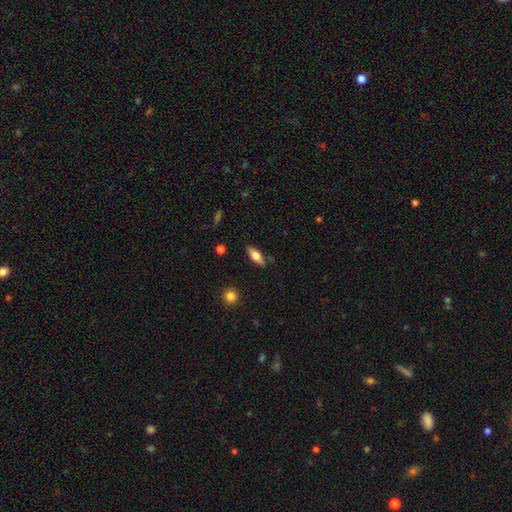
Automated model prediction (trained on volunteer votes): A smooth galaxy with no disk features (64%) that is in between round and cigar-shaped (74%).

Vote fractions:
- Smooth or featured? smooth: 64% / featured or disk: 30% / star or artifact: 7%
- How rounded? in between: 74% / cigar-shaped: 23% / round: 3%
- Merging? none: 84% / minor disturbance: 12% / major disturbance: 3% / merger: 2%